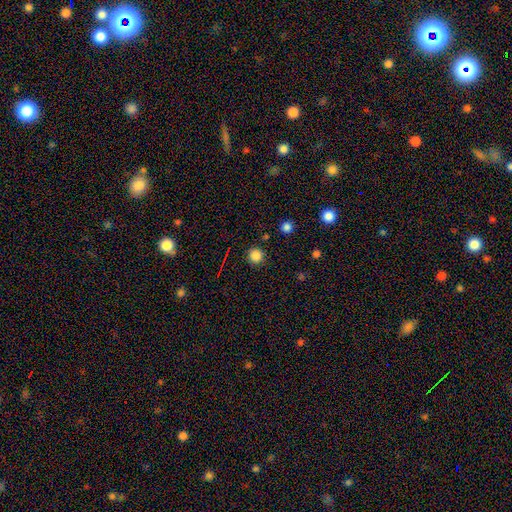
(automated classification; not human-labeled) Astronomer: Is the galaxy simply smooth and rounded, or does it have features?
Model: smooth — 83%.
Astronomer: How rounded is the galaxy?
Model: round — 95%.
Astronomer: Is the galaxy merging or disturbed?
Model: none — 90%.